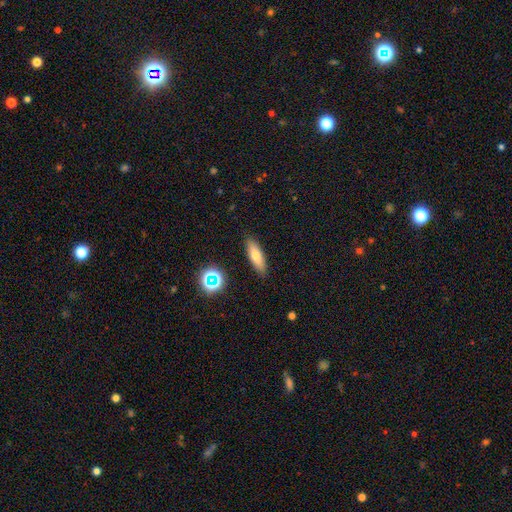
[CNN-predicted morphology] Smooth or featured? smooth (70%)
How rounded? in between (49%)
Merging? none (88%)